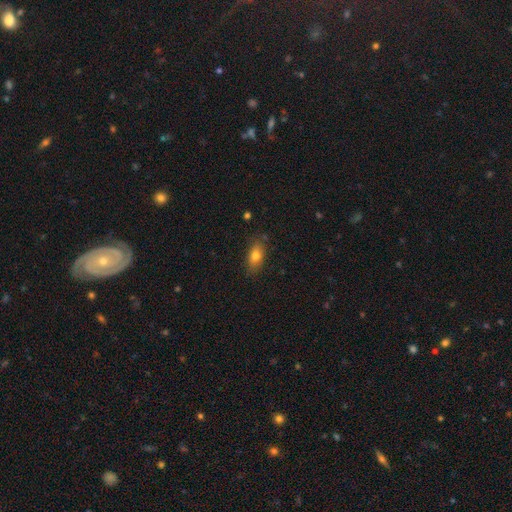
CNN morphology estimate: This appears to be a smooth galaxy with no disk features (78%) that is in between round and cigar-shaped (83%). Merging: none (81%).